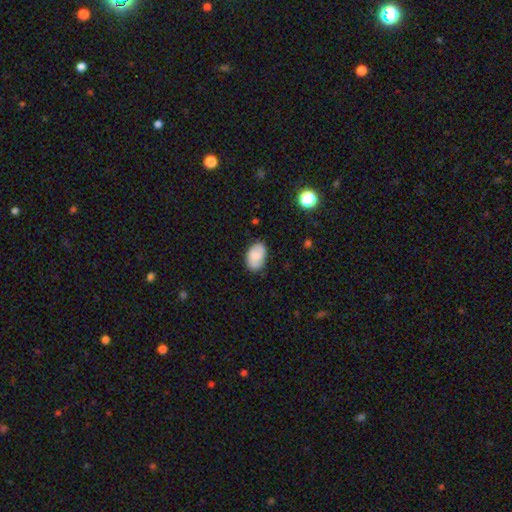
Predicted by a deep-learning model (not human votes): Overall: smooth (78%). How rounded: in between (90%). Merging: none (77%).